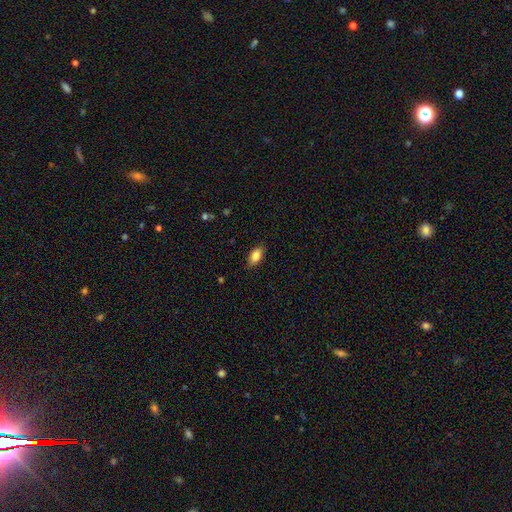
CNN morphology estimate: smooth 85%, featured or disk 8%, star or artifact 7%. Down the decision tree: how rounded — in between (90%); merging — none (86%).